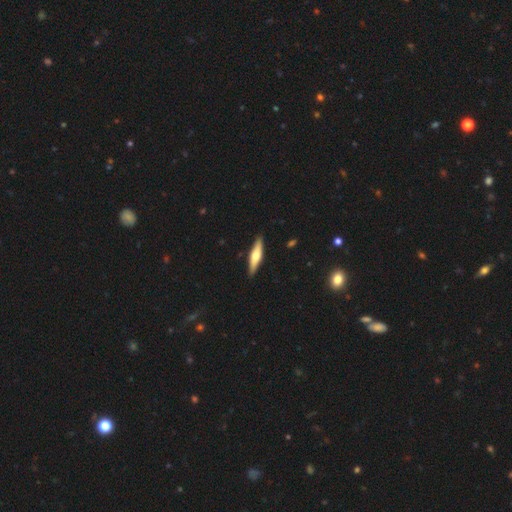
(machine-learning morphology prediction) A featured or disk galaxy (51%) viewed edge-on (93%).

Vote fractions:
- Smooth or featured? featured or disk: 51% / smooth: 44% / star or artifact: 5%
- Edge-on disk? yes: 93% / no: 7%
- Merging? none: 90% / minor disturbance: 8% / major disturbance: 2% / merger: 1%